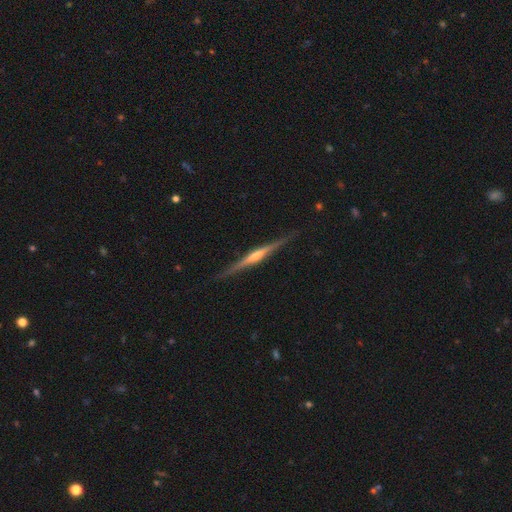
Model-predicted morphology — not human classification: Smooth or featured? featured or disk (78%)
Edge-on disk? yes (98%)
Edge-on bulge? rounded (70%)
Merging? none (88%)